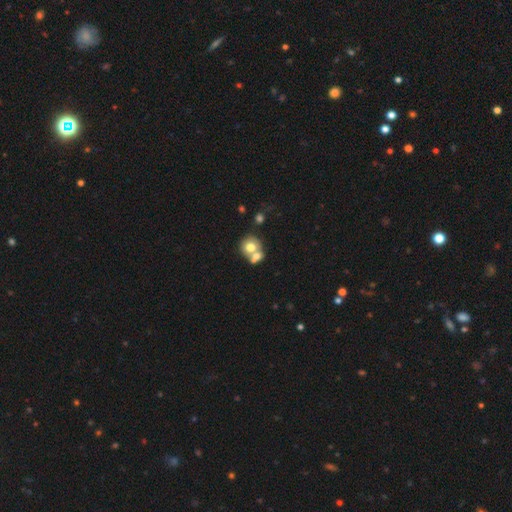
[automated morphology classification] smooth 66%, featured or disk 25%, star or artifact 9%. Down the decision tree: how rounded — round (71%); merging — merger (61%).